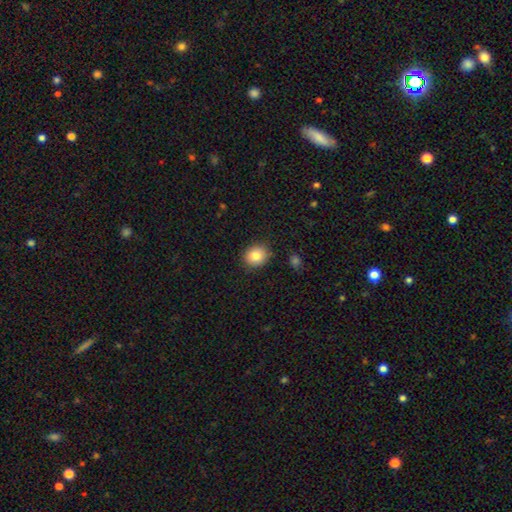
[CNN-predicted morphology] Smooth or featured: smooth — 83% (star or artifact — 9%)
How rounded: round — 72% (in between — 27%)
Merging: none — 88% (minor disturbance — 8%)